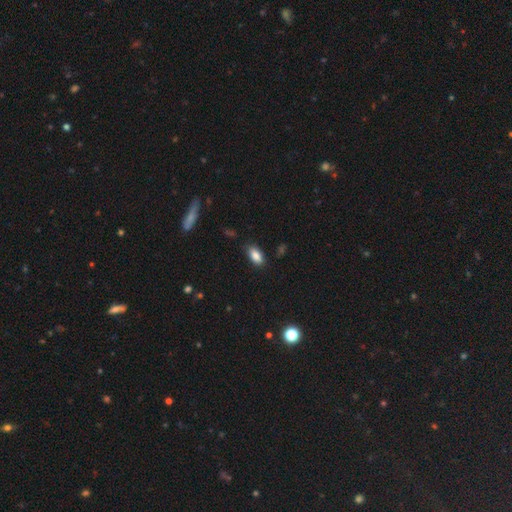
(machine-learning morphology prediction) Smooth or featured?
  - smooth: 86% *
  - star or artifact: 8%
  - featured or disk: 6%
How rounded?
  - in between: 91% *
  - cigar-shaped: 5%
  - round: 4%
Merging?
  - none: 79% *
  - minor disturbance: 16%
  - major disturbance: 3%
  - merger: 2%